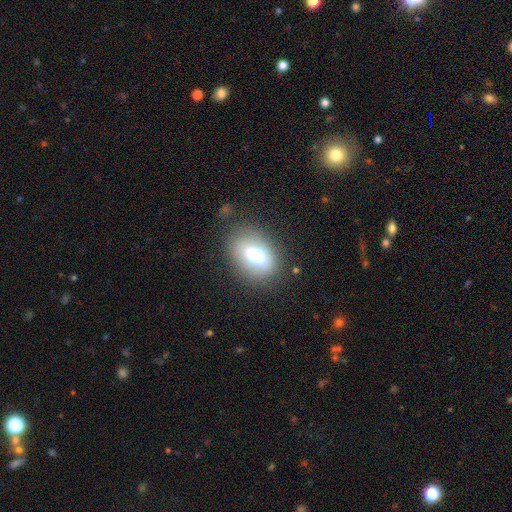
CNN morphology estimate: Smooth or featured? Predicted: smooth (p=0.74). How rounded? Predicted: in between (p=0.80). Merging? Predicted: none (p=0.71).